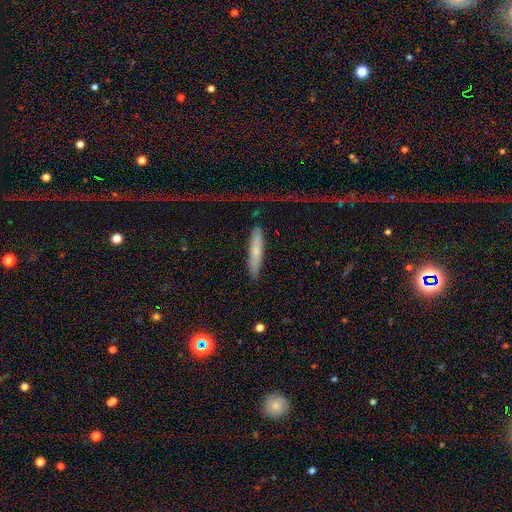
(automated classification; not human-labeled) This appears to be a smooth galaxy with no disk features (54%) that is cigar-shaped (85%). Merging: none (73%).